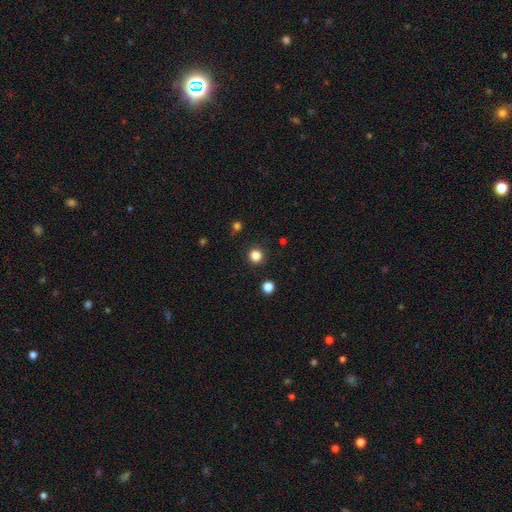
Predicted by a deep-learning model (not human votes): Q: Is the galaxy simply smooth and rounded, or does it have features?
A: smooth — 83%.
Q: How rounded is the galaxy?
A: round — 95%.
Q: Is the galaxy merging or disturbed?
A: none — 91%.